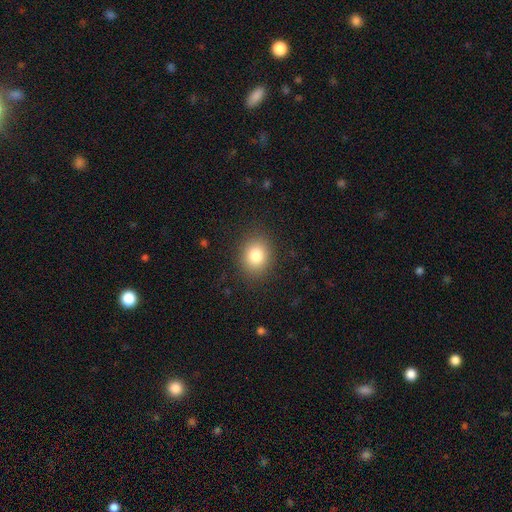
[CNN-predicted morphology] A smooth galaxy with no disk features (81%) that is round (63%). Merging: none (87%).